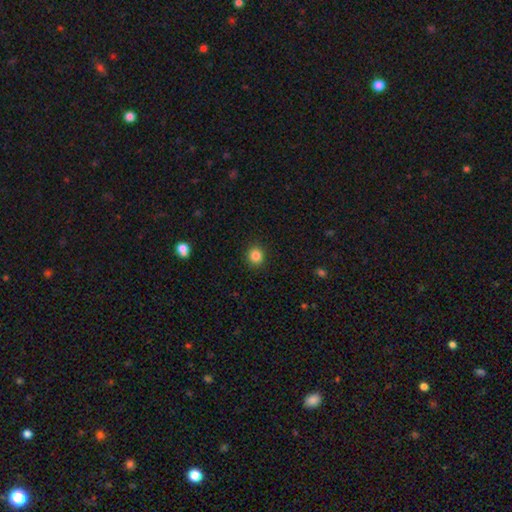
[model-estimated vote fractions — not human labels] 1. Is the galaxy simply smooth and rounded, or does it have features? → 85% smooth, 11% star or artifact, 4% featured or disk.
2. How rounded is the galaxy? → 85% round, 14% in between, 1% cigar-shaped.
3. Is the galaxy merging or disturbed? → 90% none, 7% minor disturbance, 2% major disturbance, 1% merger.